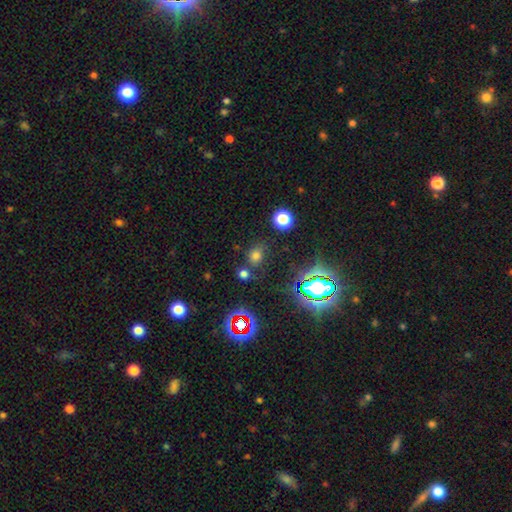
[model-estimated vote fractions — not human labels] A smooth galaxy with no disk features (63%) that is round (68%). Merging: none (74%).